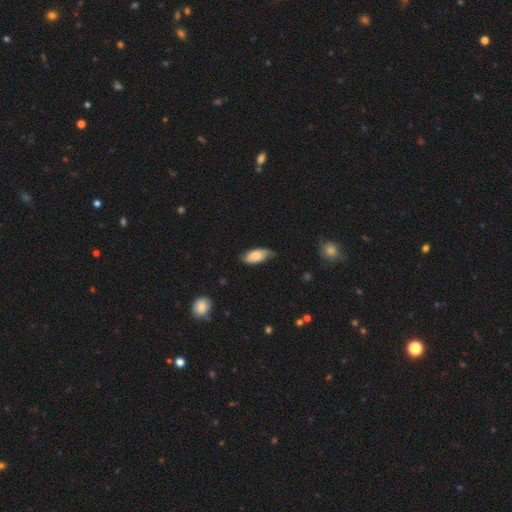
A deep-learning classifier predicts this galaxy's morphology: Smooth or featured? Predicted: smooth (p=0.80). How rounded? Predicted: in between (p=0.89). Merging? Predicted: none (p=0.57).